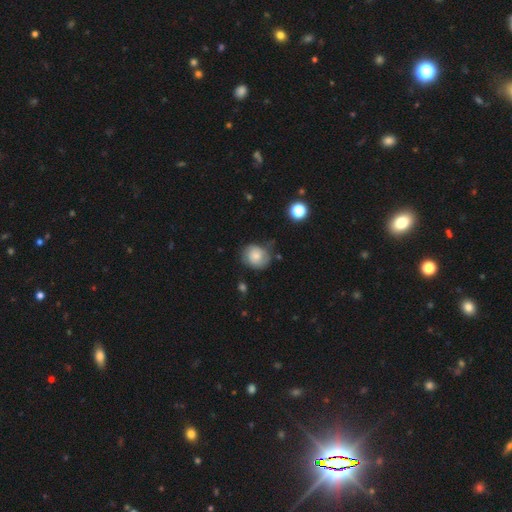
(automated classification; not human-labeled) This is likely a smooth galaxy (66%). How rounded: likely round (74%). Merging: likely none (64%).